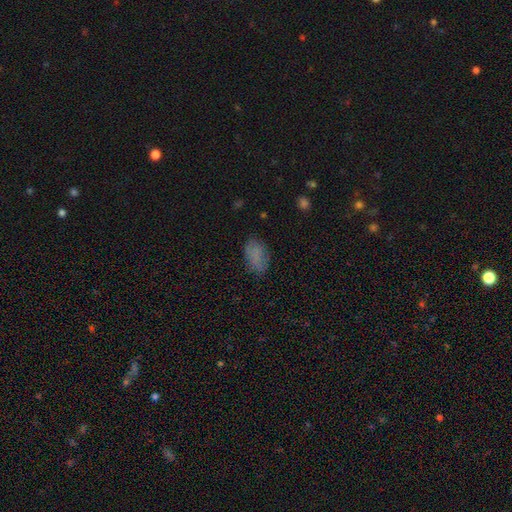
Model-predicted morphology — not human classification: The model was most divided on "merging": none: 72%, minor disturbance: 19%, major disturbance: 7%, merger: 2%. More confident: how rounded — in between (90%); smooth or featured — smooth (75%).